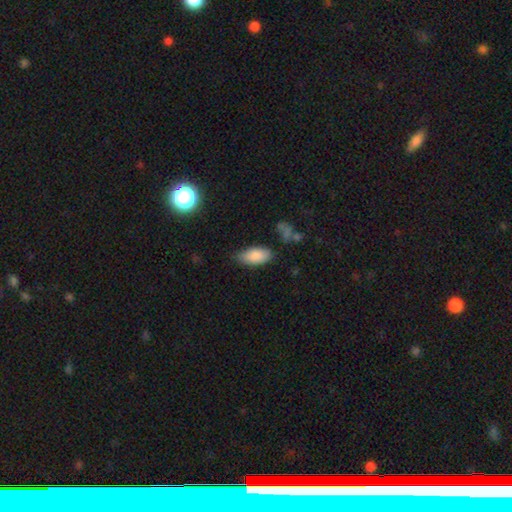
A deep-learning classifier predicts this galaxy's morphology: smooth_or_featured: smooth (p=0.86) [alt: star or artifact p=0.07]
how_rounded: in between (p=0.90) [alt: cigar-shaped p=0.07]
merging: none (p=0.74) [alt: minor disturbance p=0.19]